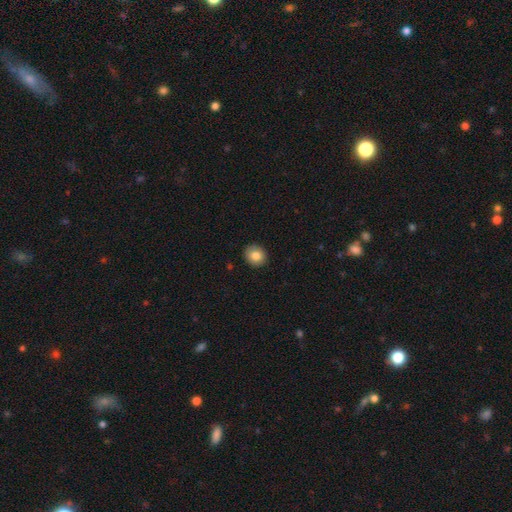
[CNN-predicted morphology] This appears to be a smooth galaxy with no disk features (83%) that is round (78%). Merging: none (90%).